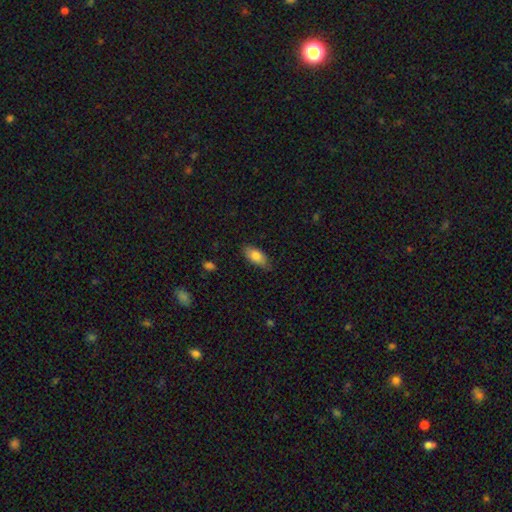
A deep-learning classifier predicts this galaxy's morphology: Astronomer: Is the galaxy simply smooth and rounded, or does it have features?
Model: smooth — 81%.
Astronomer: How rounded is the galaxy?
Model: in between — 89%.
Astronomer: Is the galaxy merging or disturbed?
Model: none — 78%.